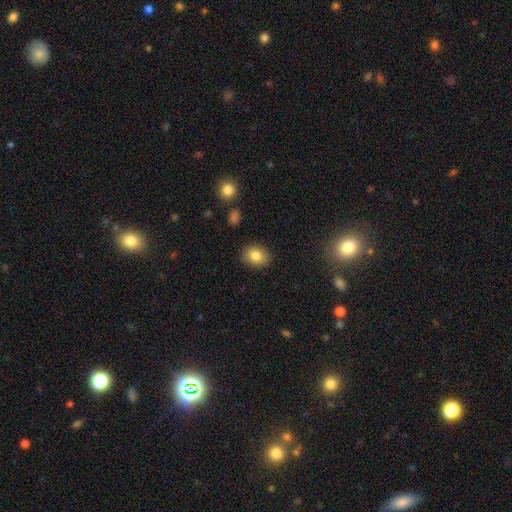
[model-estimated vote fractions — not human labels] This appears to be a smooth galaxy with no disk features (82%) that is in between round and cigar-shaped (52%). Merging: none (88%).